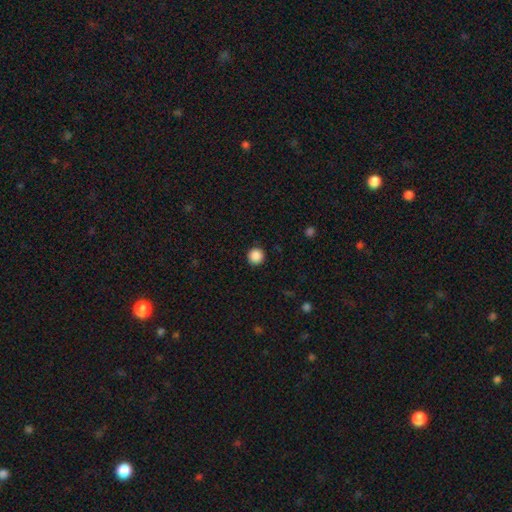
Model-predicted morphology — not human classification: Smooth or featured? smooth (88%)
How rounded? round (95%)
Merging? none (91%)